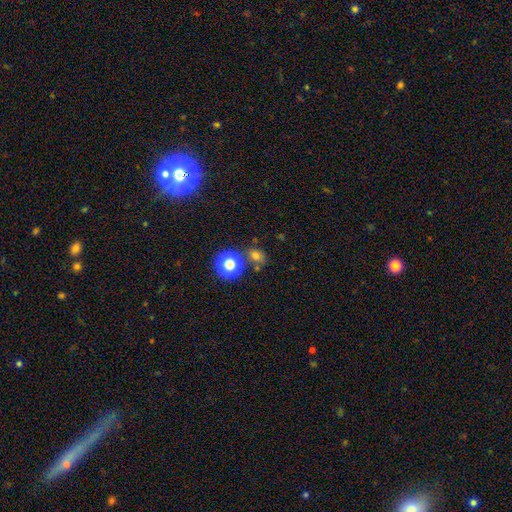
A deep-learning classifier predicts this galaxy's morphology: Overall: smooth (65%; star or artifact 27%). How rounded: round (62%; in between 37%). Merging: none (69%).